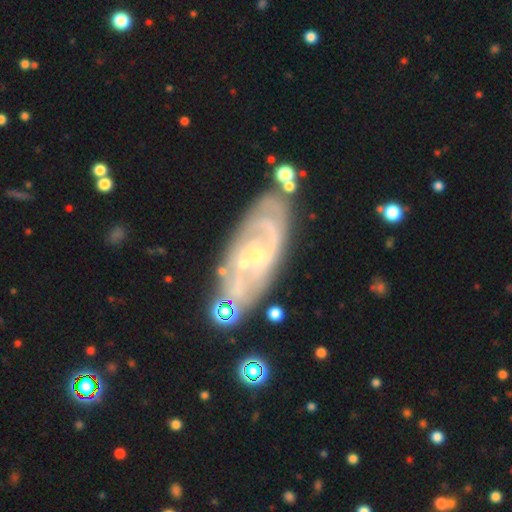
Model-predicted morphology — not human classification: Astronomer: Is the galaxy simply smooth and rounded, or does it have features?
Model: featured or disk — 84%.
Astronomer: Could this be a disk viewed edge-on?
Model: no — 92%.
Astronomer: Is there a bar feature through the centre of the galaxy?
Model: no — 51% (runner-up: weak, 38%).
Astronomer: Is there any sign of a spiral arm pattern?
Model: yes — 94%.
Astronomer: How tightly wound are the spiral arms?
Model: tight — 53% (runner-up: medium, 36%).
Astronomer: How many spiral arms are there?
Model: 2 — 48% (runner-up: can't tell, 27%).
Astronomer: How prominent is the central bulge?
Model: small — 72%.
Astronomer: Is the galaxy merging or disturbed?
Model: none — 75%.